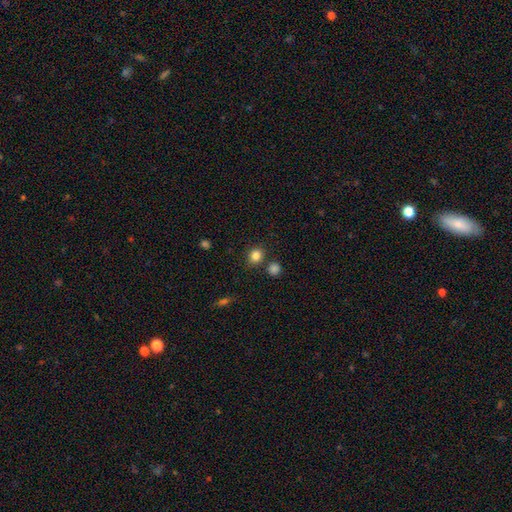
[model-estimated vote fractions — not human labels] smooth_or_featured: smooth (p=0.84) [alt: star or artifact p=0.11]
how_rounded: round (p=0.75) [alt: in between p=0.24]
merging: none (p=0.81) [alt: minor disturbance p=0.08]